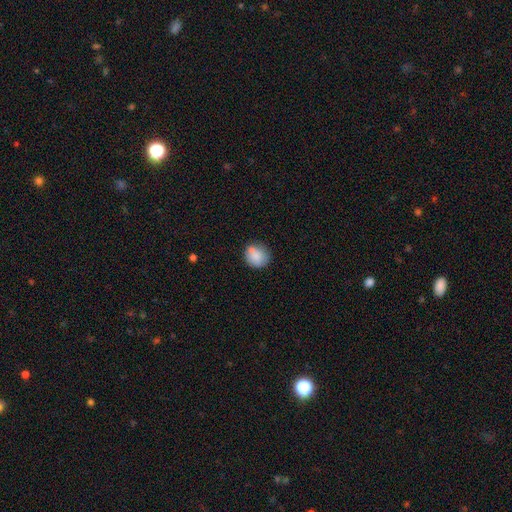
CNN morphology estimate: Q: Smooth or featured?
A: smooth (81%); runner-up: featured or disk (11%)
Q: How rounded?
A: round (86%); runner-up: in between (13%)
Q: Merging?
A: none (65%); runner-up: minor disturbance (16%)